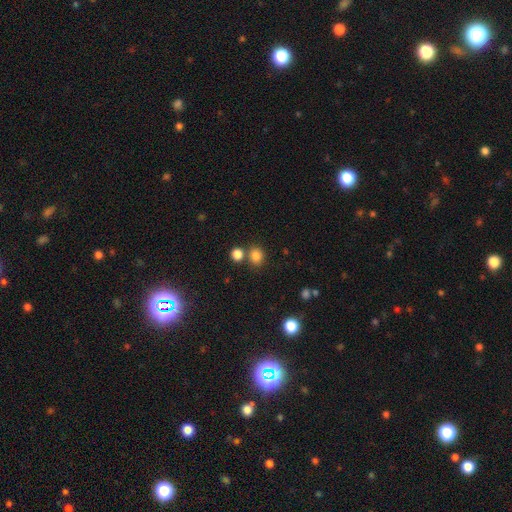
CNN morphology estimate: Smooth or featured? smooth (83%)
How rounded? round (69%)
Merging? none (67%)